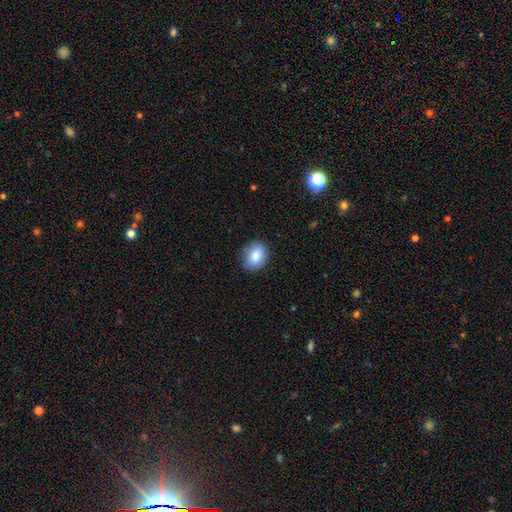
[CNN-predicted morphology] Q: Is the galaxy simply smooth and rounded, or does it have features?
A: smooth — 84%.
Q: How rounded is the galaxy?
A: in between — 59%.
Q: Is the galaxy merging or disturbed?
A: none — 83%.